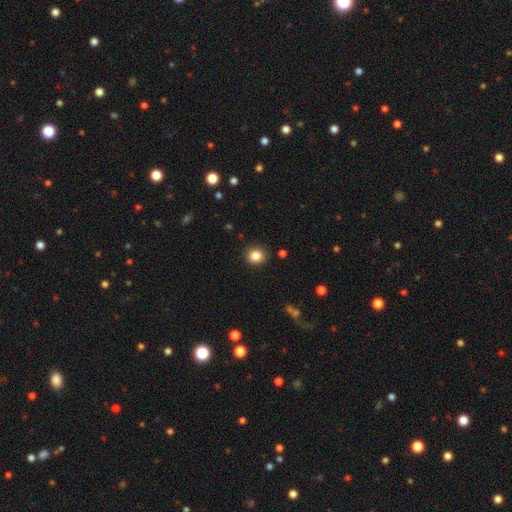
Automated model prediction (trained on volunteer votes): smooth 84%, star or artifact 11%, featured or disk 5%. Down the decision tree: how rounded — round (86%); merging — none (90%).